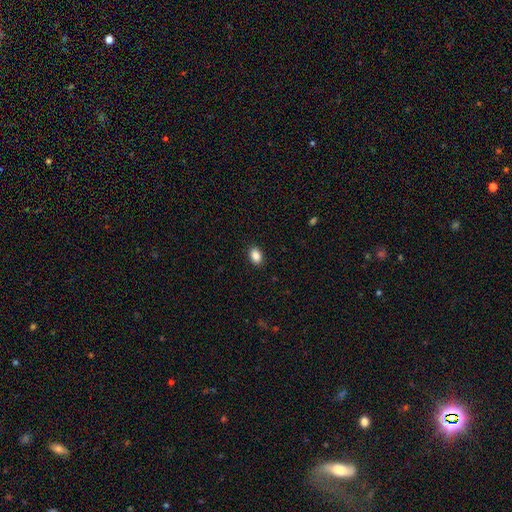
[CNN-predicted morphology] Smooth or featured? smooth (88%)
How rounded? in between (81%)
Merging? none (90%)